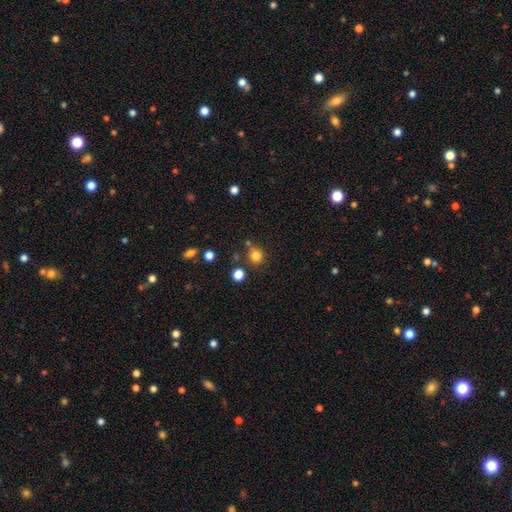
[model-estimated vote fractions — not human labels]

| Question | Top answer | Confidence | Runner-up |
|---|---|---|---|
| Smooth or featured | smooth | 81% | star or artifact (14%) |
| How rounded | round | 89% | in between (10%) |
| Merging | none | 74% | minor disturbance (11%) |